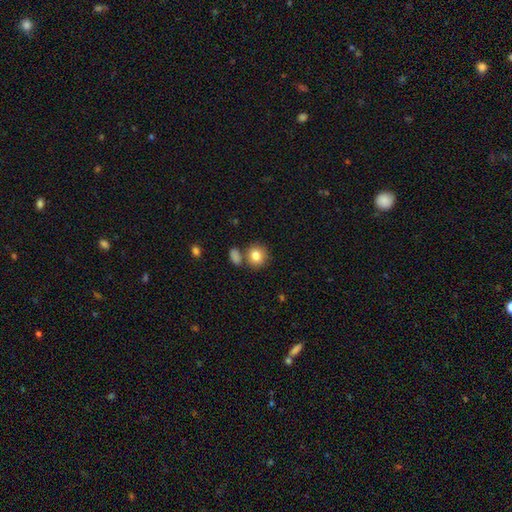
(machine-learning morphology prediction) smooth_or_featured: smooth (p=0.82) [alt: star or artifact p=0.09]
how_rounded: round (p=0.82) [alt: in between p=0.17]
merging: none (p=0.70) [alt: merger p=0.16]